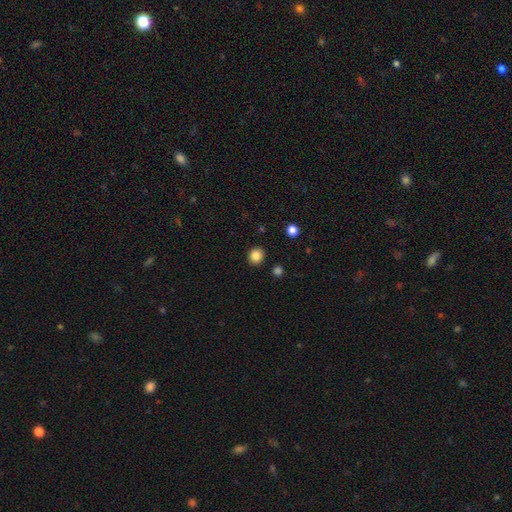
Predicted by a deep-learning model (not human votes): This is clearly a smooth galaxy (85%). How rounded: clearly round (84%). Merging: clearly none (91%).